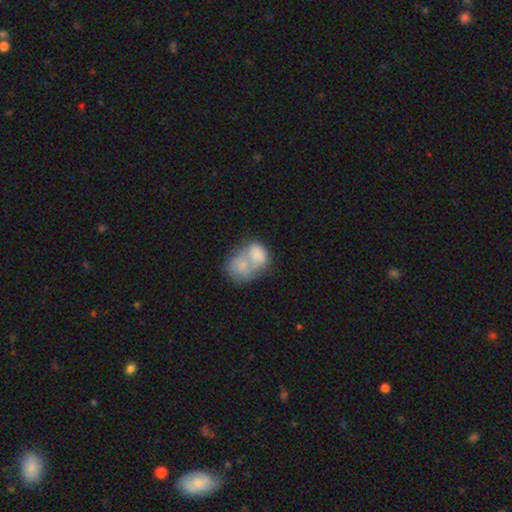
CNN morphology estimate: This is likely a smooth galaxy (64%). How rounded: likely in between (60%). Merging: likely merger (73%).